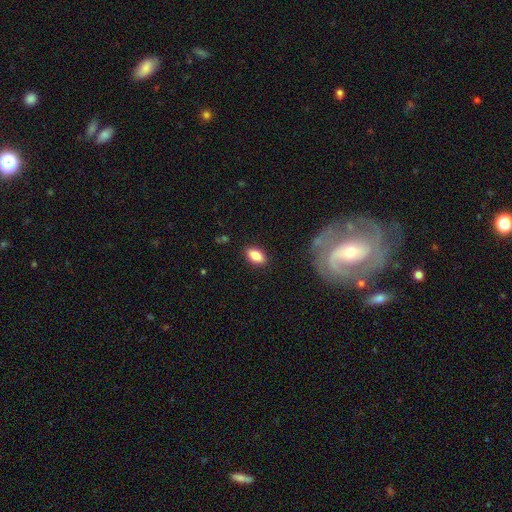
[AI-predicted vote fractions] Q: Smooth or featured?
A: smooth (84%); runner-up: featured or disk (9%)
Q: How rounded?
A: in between (90%); runner-up: cigar-shaped (5%)
Q: Merging?
A: none (87%); runner-up: minor disturbance (10%)